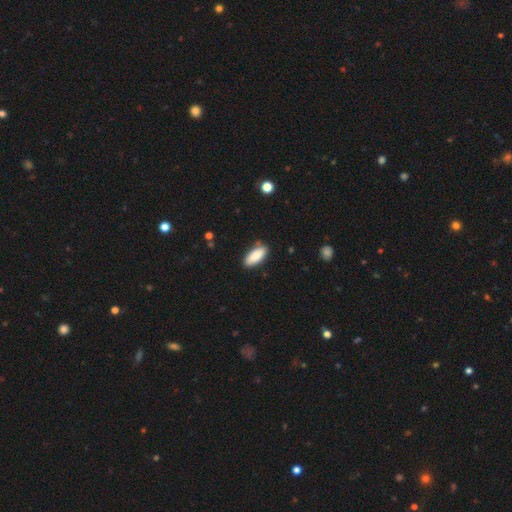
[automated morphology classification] The model was most divided on "how rounded": in between: 81%, cigar-shaped: 17%, round: 2%. More confident: smooth or featured — smooth (88%); merging — none (83%).